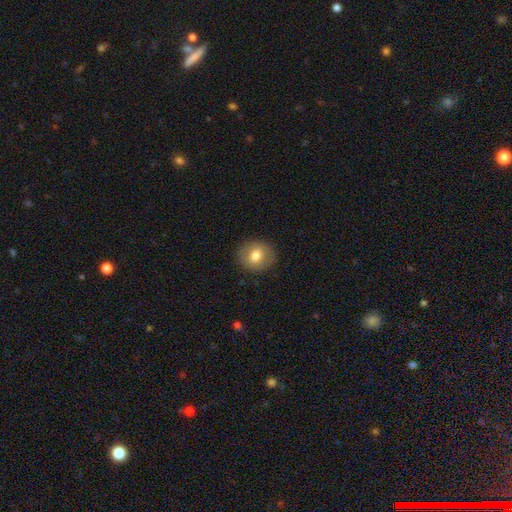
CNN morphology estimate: smooth 74%, featured or disk 18%, star or artifact 8%. Down the decision tree: how rounded — round (76%); merging — none (88%).